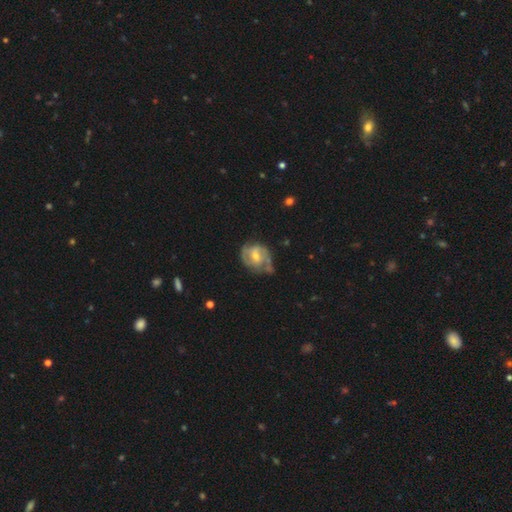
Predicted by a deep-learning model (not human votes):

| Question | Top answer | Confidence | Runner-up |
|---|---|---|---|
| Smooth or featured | featured or disk | 70% | smooth (24%) |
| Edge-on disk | no | 97% | yes (3%) |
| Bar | weak | 48% | no (38%) |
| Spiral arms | yes | 79% | no (21%) |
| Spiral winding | medium | 45% | tight (35%) |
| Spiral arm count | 2 | 63% | can't tell (22%) |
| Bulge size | moderate | 53% | small (41%) |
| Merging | none | 46% | minor disturbance (30%) |